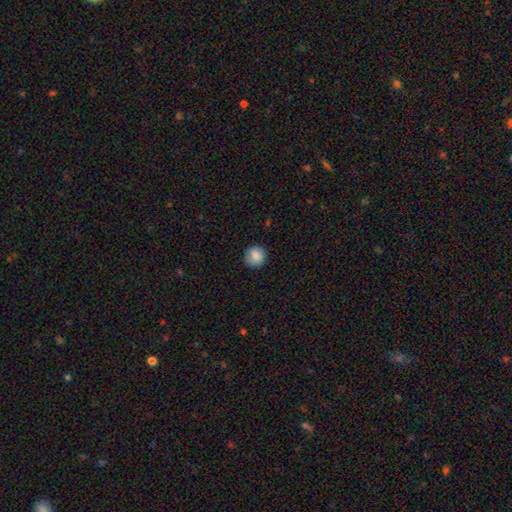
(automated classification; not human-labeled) smooth_or_featured: smooth (p=0.87) [alt: star or artifact p=0.09]
how_rounded: round (p=0.92) [alt: in between p=0.07]
merging: none (p=0.87) [alt: minor disturbance p=0.09]